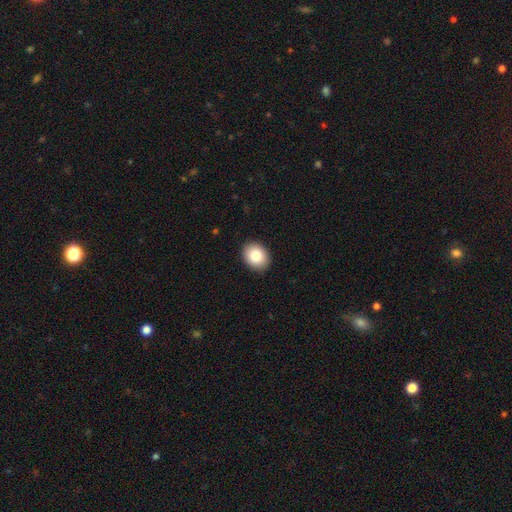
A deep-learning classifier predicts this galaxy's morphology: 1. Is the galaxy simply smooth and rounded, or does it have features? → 84% smooth, 8% star or artifact, 8% featured or disk.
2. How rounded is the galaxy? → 52% in between, 47% round, 1% cigar-shaped.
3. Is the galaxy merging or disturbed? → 90% none, 7% minor disturbance, 2% major disturbance, 1% merger.